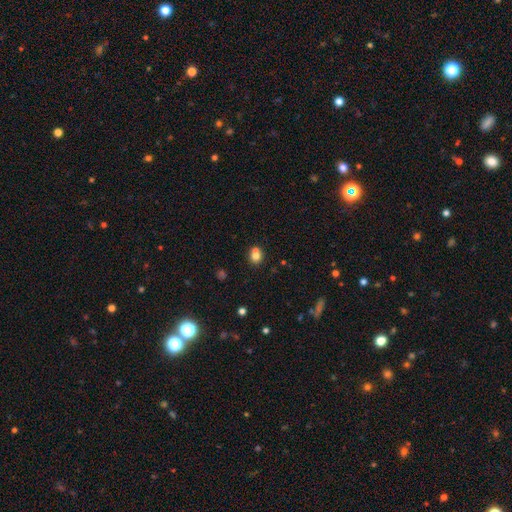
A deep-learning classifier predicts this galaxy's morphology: smooth_or_featured: smooth (p=0.74) [alt: featured or disk p=0.13]
how_rounded: round (p=0.77) [alt: in between p=0.22]
merging: none (p=0.45) [alt: merger p=0.44]